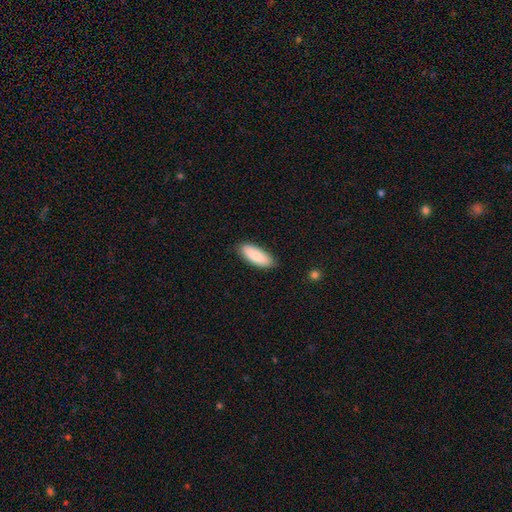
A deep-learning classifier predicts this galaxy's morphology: Smooth or featured: smooth — 84% (featured or disk — 10%)
How rounded: in between — 73% (cigar-shaped — 25%)
Merging: none — 86% (minor disturbance — 11%)